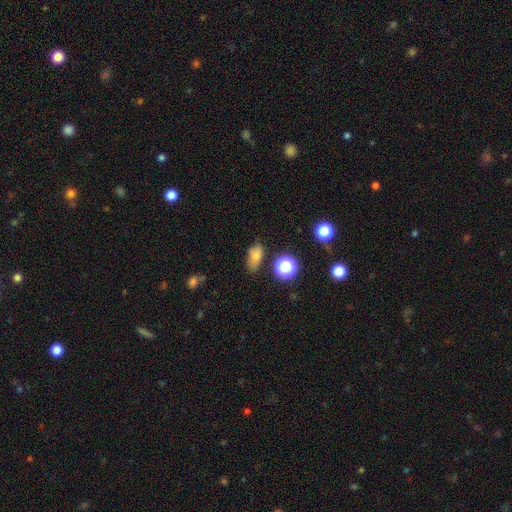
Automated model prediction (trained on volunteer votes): Smooth or featured? Predicted: smooth (p=0.69). How rounded? Predicted: in between (p=0.77). Merging? Predicted: none (p=0.74).